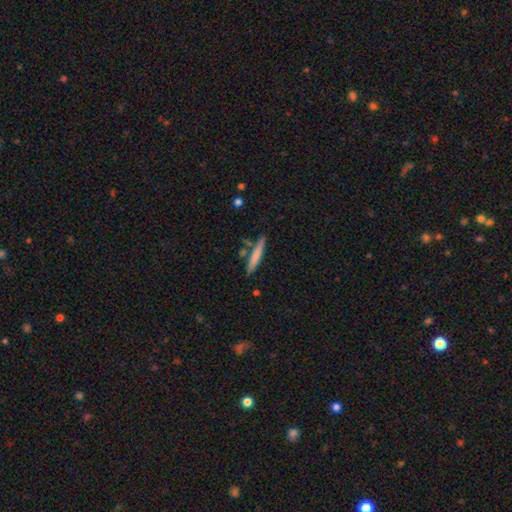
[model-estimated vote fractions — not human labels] Overall: smooth (73%). How rounded: cigar-shaped (93%). Merging: none (79%).